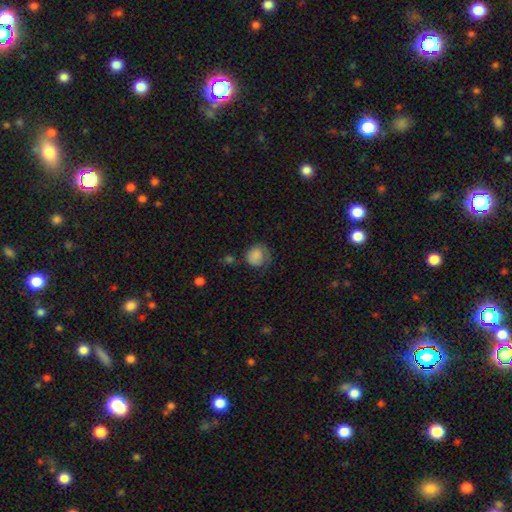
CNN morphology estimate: A smooth galaxy with no disk features (76%) that is round (75%). Merging: none (42%).